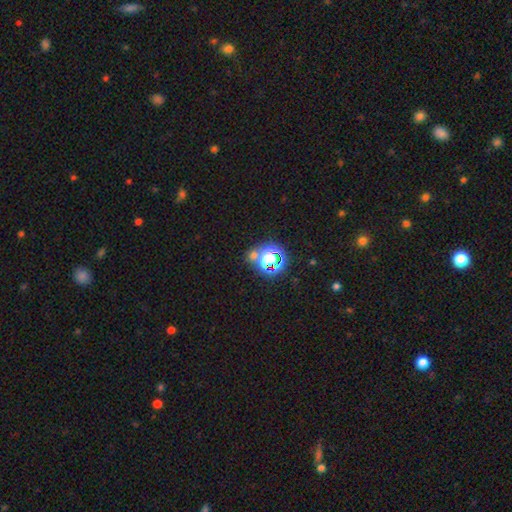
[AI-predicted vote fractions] A star or artifact, not a galaxy (70%).